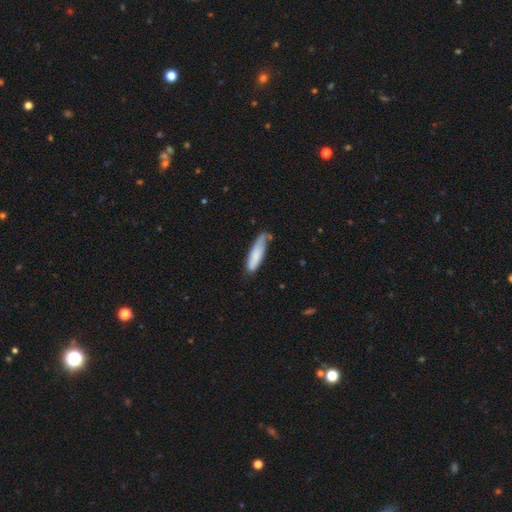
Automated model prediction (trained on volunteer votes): This appears to be a smooth galaxy with no disk features (76%) that is cigar-shaped (68%). Merging: none (54%).